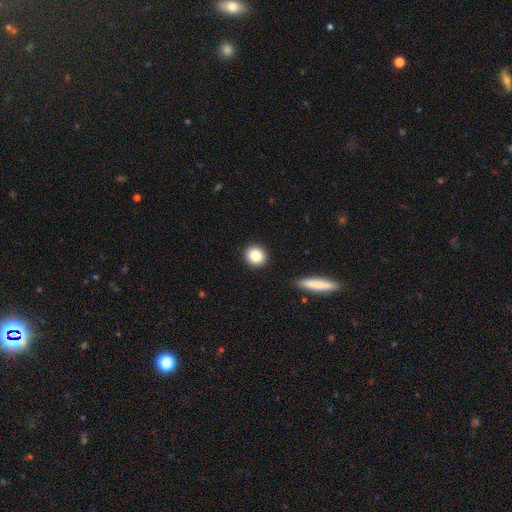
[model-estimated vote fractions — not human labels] Smooth or featured: smooth — 85% (star or artifact — 9%)
How rounded: round — 87% (in between — 12%)
Merging: none — 91% (minor disturbance — 6%)